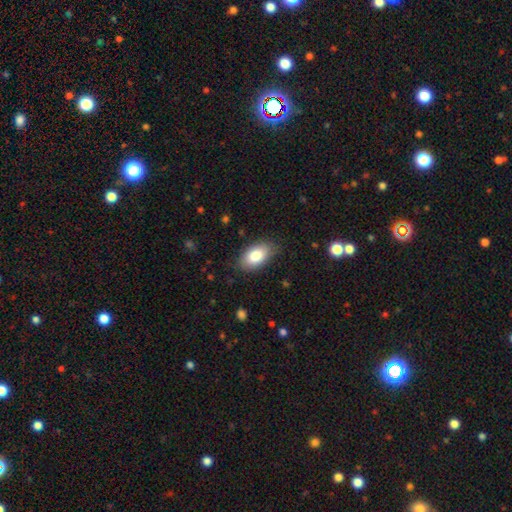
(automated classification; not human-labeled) The model was most divided on "merging": none: 80%, minor disturbance: 15%, major disturbance: 3%, merger: 1%. More confident: how rounded — in between (94%); smooth or featured — smooth (84%).